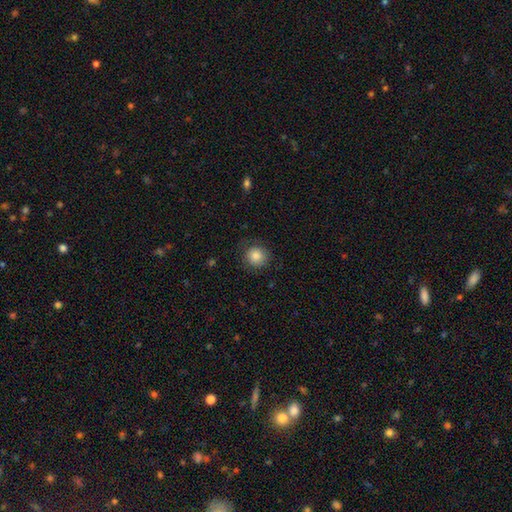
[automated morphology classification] This is clearly a smooth galaxy (84%). How rounded: clearly round (92%). Merging: clearly none (83%).